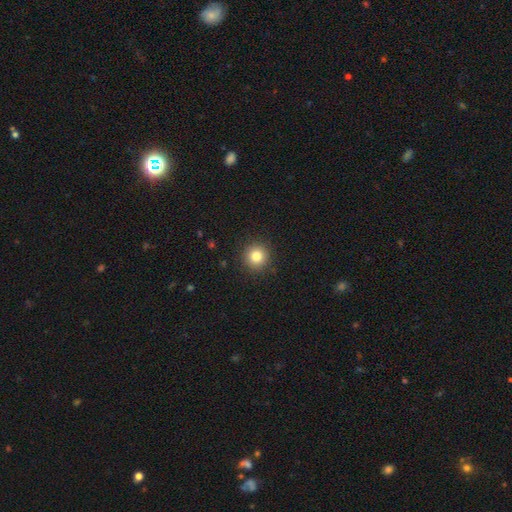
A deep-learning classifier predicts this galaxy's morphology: A smooth galaxy with no disk features (81%) that is round (94%).

Vote fractions:
- Smooth or featured? smooth: 81% / star or artifact: 12% / featured or disk: 7%
- How rounded? round: 94% / in between: 5% / cigar-shaped: 1%
- Merging? none: 91% / minor disturbance: 6% / major disturbance: 2% / merger: 1%